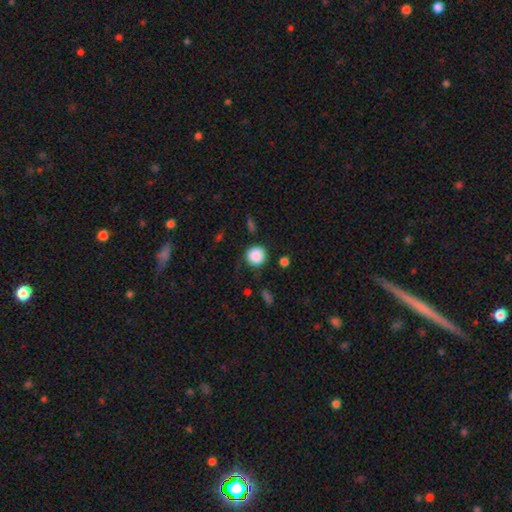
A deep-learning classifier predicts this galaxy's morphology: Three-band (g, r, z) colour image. It shows a smooth galaxy with no disk features (88%) that is round (94%). Merging: none (85%).